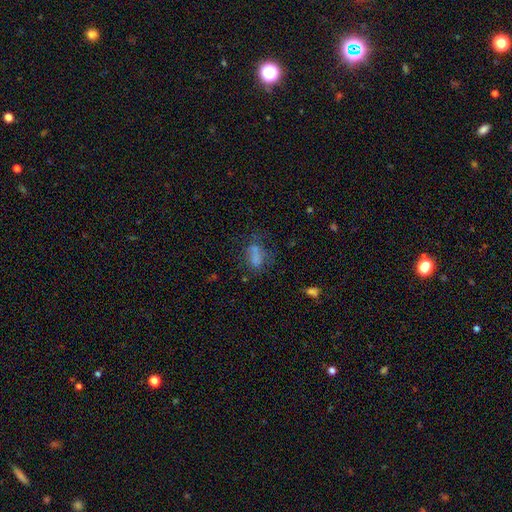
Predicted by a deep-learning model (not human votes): Morphology: type=smooth (64%); roundness=in between (76%); merging=none (44%).